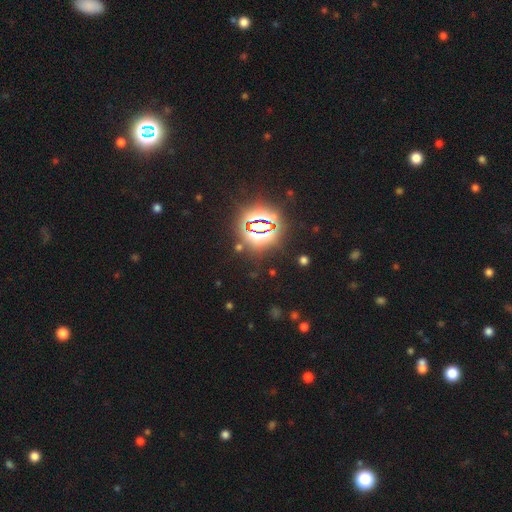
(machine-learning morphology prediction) Smooth or featured: star or artifact — 80% (smooth — 12%)